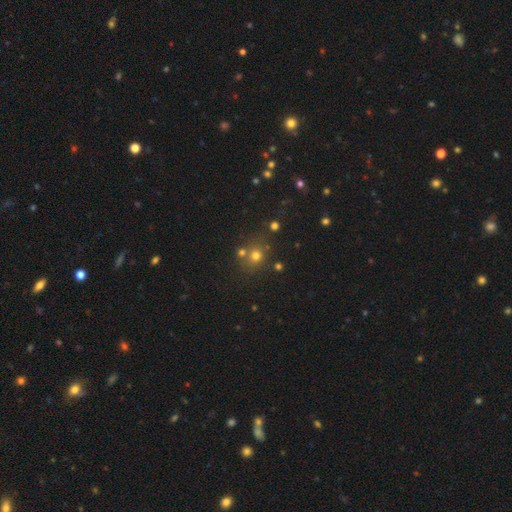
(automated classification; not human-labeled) A smooth galaxy with no disk features (66%) that is round (83%). Merging: none (67%).